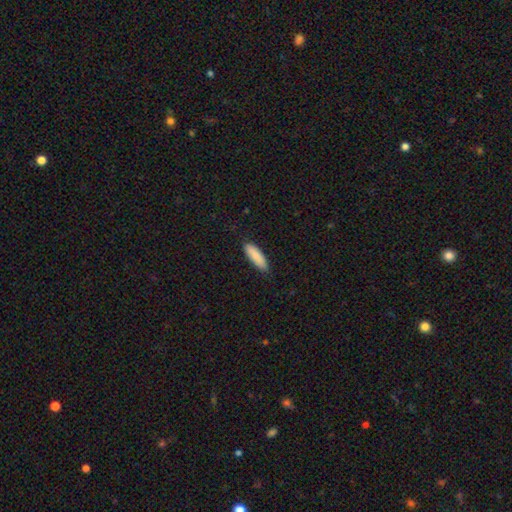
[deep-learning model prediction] This appears to be a smooth galaxy with no disk features (88%) that is cigar-shaped (51%). Merging: none (83%).